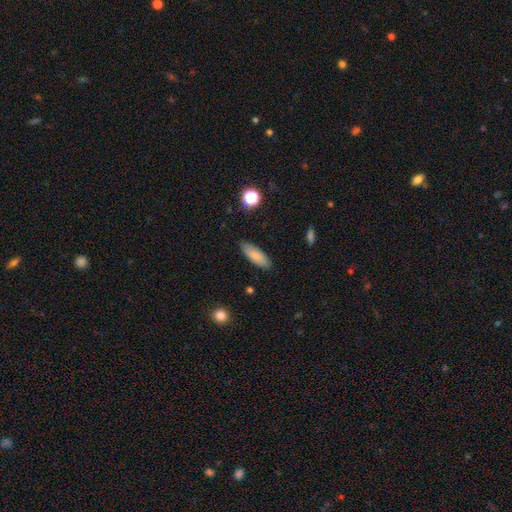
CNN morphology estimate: Overall: smooth (84%). How rounded: in between (67%; cigar-shaped 31%). Merging: none (87%).